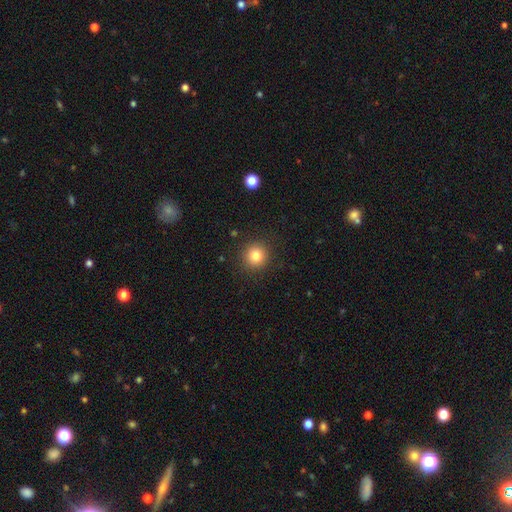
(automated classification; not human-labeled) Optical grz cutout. It shows a smooth galaxy with no disk features (82%) that is round (93%). Merging: none (91%).